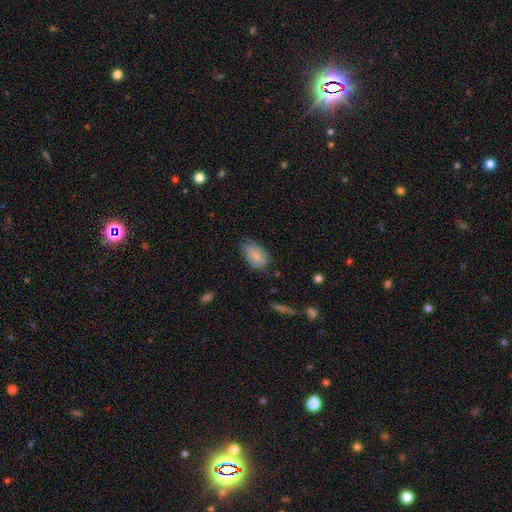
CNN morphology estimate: A smooth galaxy with no disk features (79%) that is in between round and cigar-shaped (92%).

Vote fractions:
- Smooth or featured? smooth: 79% / featured or disk: 14% / star or artifact: 7%
- How rounded? in between: 92% / round: 6% / cigar-shaped: 2%
- Merging? none: 64% / minor disturbance: 29% / major disturbance: 6% / merger: 2%